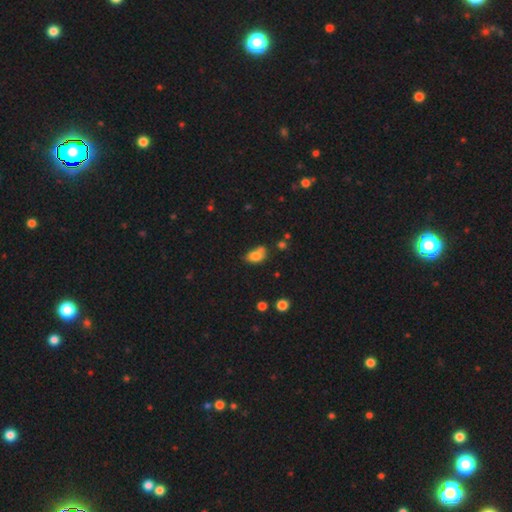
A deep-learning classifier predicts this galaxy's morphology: smooth_or_featured: smooth (p=0.79) [alt: star or artifact p=0.11]
how_rounded: in between (p=0.82) [alt: round p=0.16]
merging: none (p=0.41) [alt: merger p=0.29]